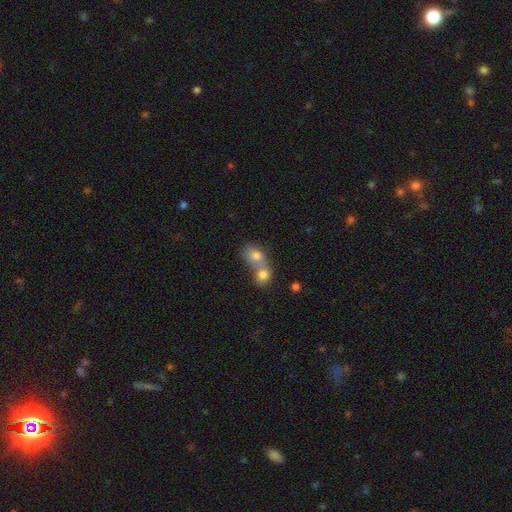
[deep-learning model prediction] Q: Smooth or featured?
A: smooth (77%); runner-up: featured or disk (14%)
Q: How rounded?
A: in between (51%); runner-up: round (47%)
Q: Merging?
A: merger (74%); runner-up: none (18%)